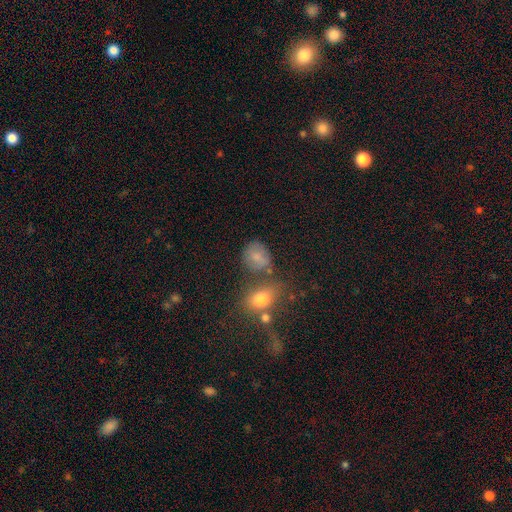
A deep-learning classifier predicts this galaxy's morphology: smooth-or-featured: smooth: 76% | featured or disk: 12% | star or artifact: 12%
  how-rounded: round: 60% | in between: 38% | cigar-shaped: 1%
  merging: none: 59% | minor disturbance: 20% | merger: 13% | major disturbance: 8%